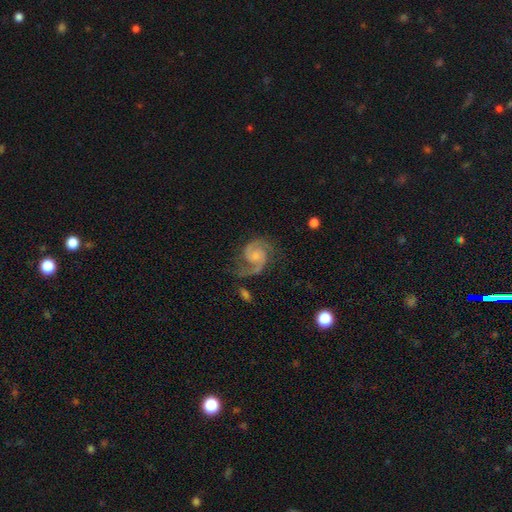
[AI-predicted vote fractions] smooth-or-featured: featured or disk: 90% | smooth: 5% | star or artifact: 5%
  disk-edge-on: no: 98% | yes: 2%
    bar: no: 62% | weak: 32% | strong: 6%
    has-spiral-arms: yes: 98% | no: 2%
      spiral-winding: medium: 58% | tight: 23% | loose: 20%
      spiral-arm-count: 2: 91% | 1: 2% | can't tell: 2% | 3: 2% | 4: 1% | more than 4: 1%
    bulge-size: small: 50% | moderate: 28% | none: 18% | large: 3% | dominant: 1%
  merging: none: 66% | minor disturbance: 19% | major disturbance: 12% | merger: 3%